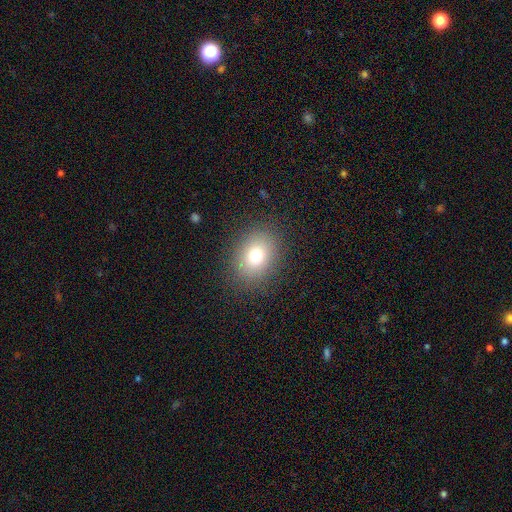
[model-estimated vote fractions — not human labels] Smooth or featured? smooth (74%)
How rounded? round (50%)
Merging? none (86%)